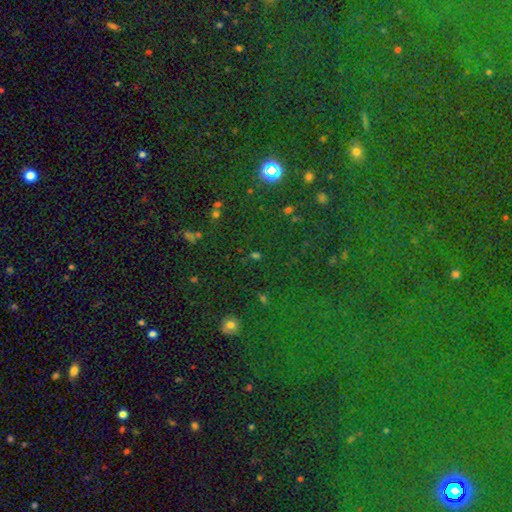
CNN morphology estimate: Smooth or featured: star or artifact — 57% (smooth — 34%)